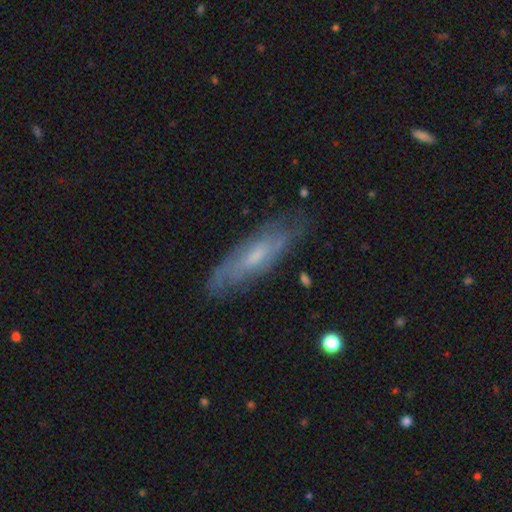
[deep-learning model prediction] A featured or disk galaxy (58%). Merging: none (76%).